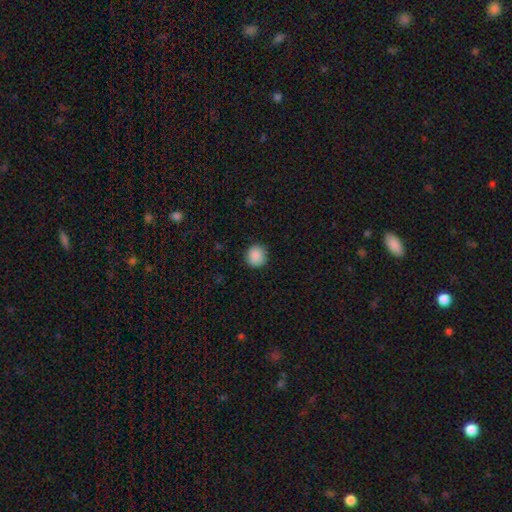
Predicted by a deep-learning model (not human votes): Smooth or featured: smooth — 89% (star or artifact — 8%)
How rounded: round — 90% (in between — 9%)
Merging: none — 89% (minor disturbance — 8%)